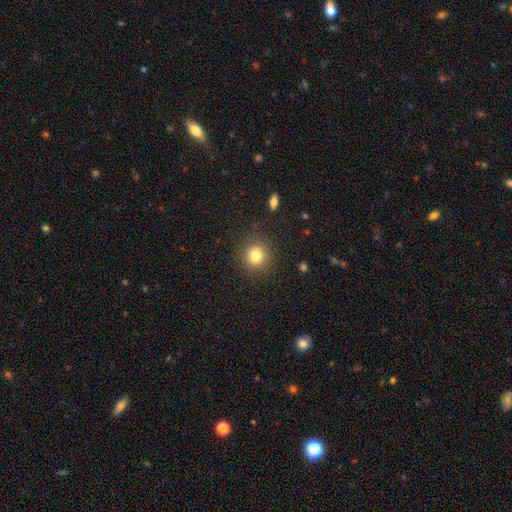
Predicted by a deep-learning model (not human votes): A smooth galaxy with no disk features (81%) that is round (91%).

Vote fractions:
- Smooth or featured? smooth: 81% / star or artifact: 12% / featured or disk: 7%
- How rounded? round: 91% / in between: 8% / cigar-shaped: 1%
- Merging? none: 89% / minor disturbance: 7% / major disturbance: 3% / merger: 1%